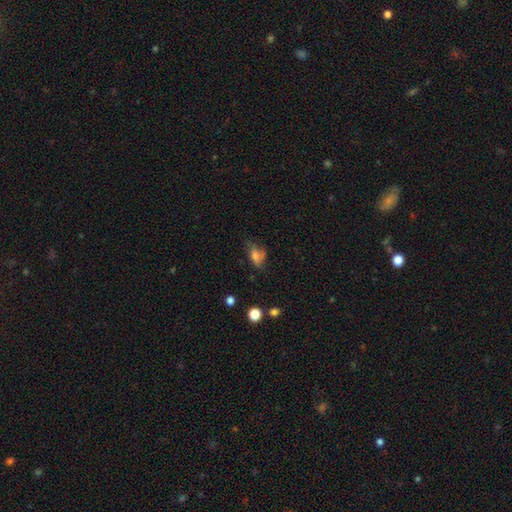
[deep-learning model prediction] smooth_or_featured: smooth (p=0.61) [alt: featured or disk p=0.26]
how_rounded: in between (p=0.83) [alt: round p=0.10]
merging: none (p=0.41) [alt: minor disturbance p=0.31]